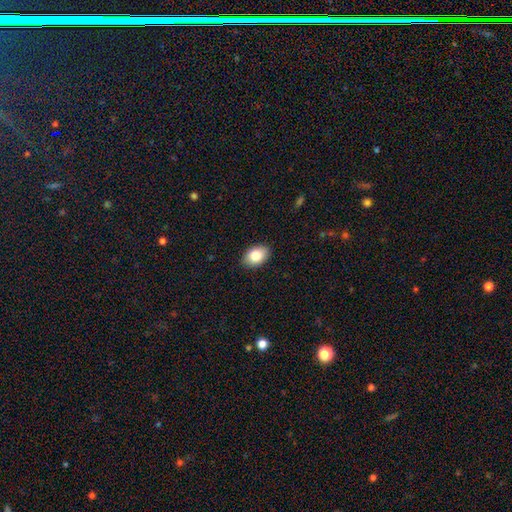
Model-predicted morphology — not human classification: type=smooth (83%); roundness=in between (84%); merging=none (89%).